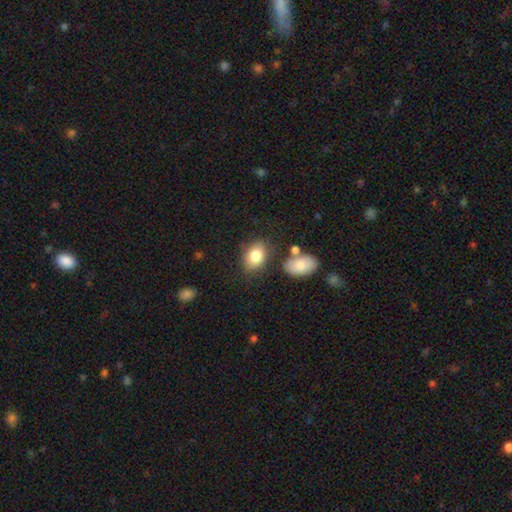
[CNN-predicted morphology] smooth-or-featured: smooth: 82% | featured or disk: 10% | star or artifact: 8%
  how-rounded: in between: 80% | round: 19% | cigar-shaped: 1%
  merging: none: 73% | minor disturbance: 15% | merger: 7% | major disturbance: 4%